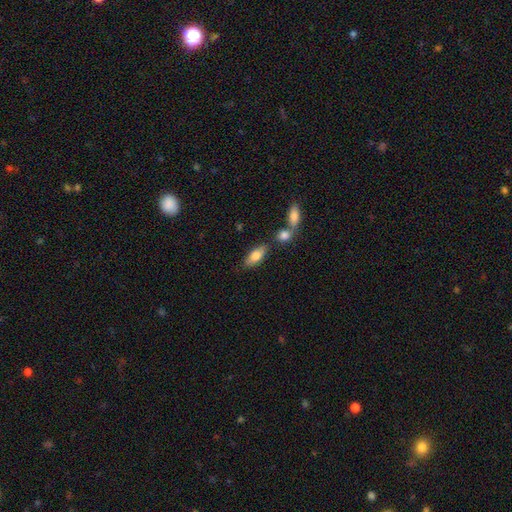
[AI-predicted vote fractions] Q: Smooth or featured?
A: smooth (76%); runner-up: featured or disk (17%)
Q: How rounded?
A: in between (82%); runner-up: cigar-shaped (15%)
Q: Merging?
A: none (71%); runner-up: merger (13%)